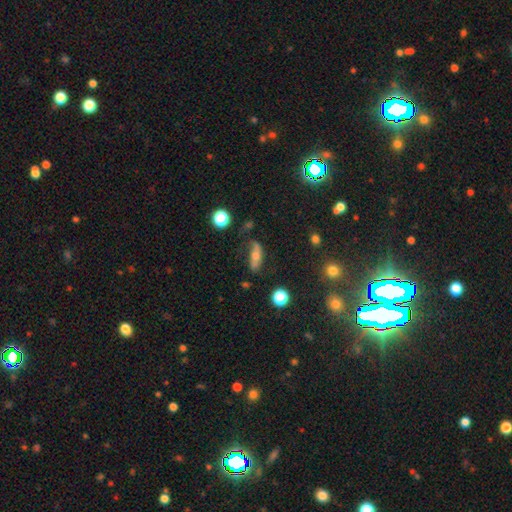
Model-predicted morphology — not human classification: Smooth or featured?
  - smooth: 47% *
  - featured or disk: 41%
  - star or artifact: 12%
Merging?
  - none: 59% *
  - minor disturbance: 25%
  - major disturbance: 12%
  - merger: 4%